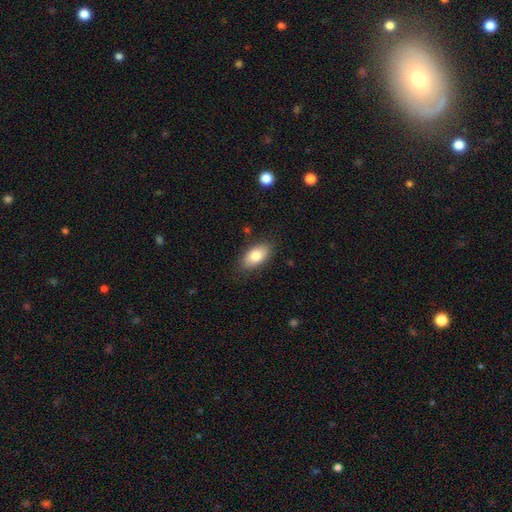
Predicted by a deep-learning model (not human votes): smooth_or_featured: smooth (p=0.80) [alt: featured or disk p=0.13]
how_rounded: in between (p=0.92) [alt: round p=0.05]
merging: none (p=0.84) [alt: minor disturbance p=0.12]